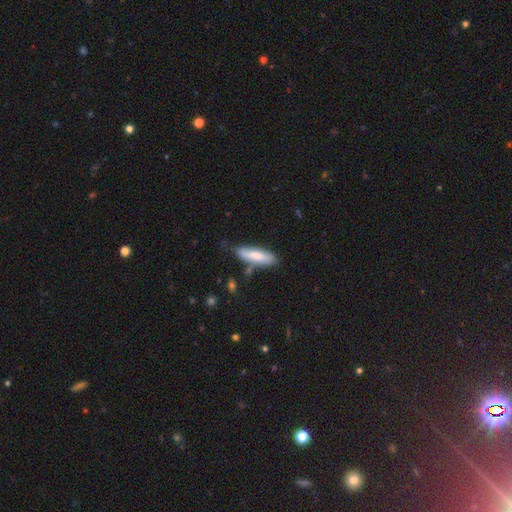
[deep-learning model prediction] This is likely a smooth galaxy (77%). How rounded: possibly cigar-shaped (58%). Merging: likely none (65%).